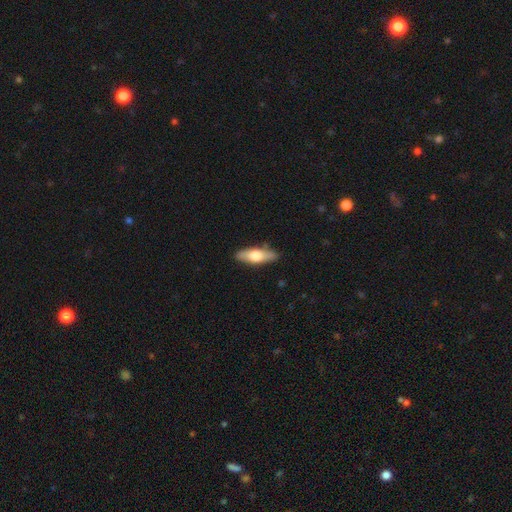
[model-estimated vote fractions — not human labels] Smooth or featured?
  - smooth: 60% *
  - featured or disk: 35%
  - star or artifact: 5%
How rounded?
  - in between: 56% *
  - cigar-shaped: 42%
  - round: 2%
Merging?
  - none: 85% *
  - minor disturbance: 11%
  - major disturbance: 2%
  - merger: 1%